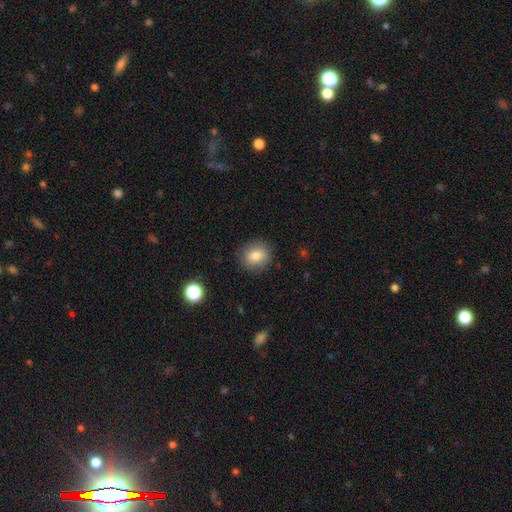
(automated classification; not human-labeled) The model was most divided on "how rounded": round: 77%, in between: 22%, cigar-shaped: 1%. More confident: merging — none (88%); smooth or featured — smooth (80%).